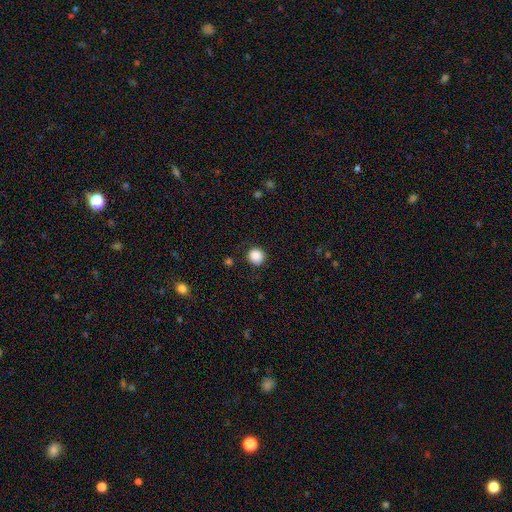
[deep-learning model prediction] smooth 87%, star or artifact 10%, featured or disk 3%. Down the decision tree: how rounded — round (92%); merging — none (86%).